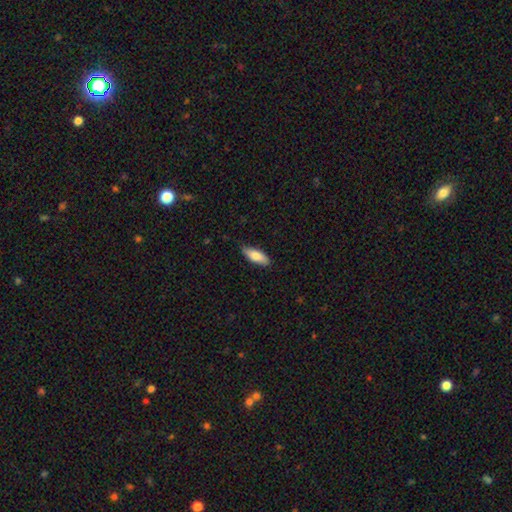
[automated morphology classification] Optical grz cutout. It shows a smooth galaxy with no disk features (81%) that is in between round and cigar-shaped (71%). Merging: none (81%).